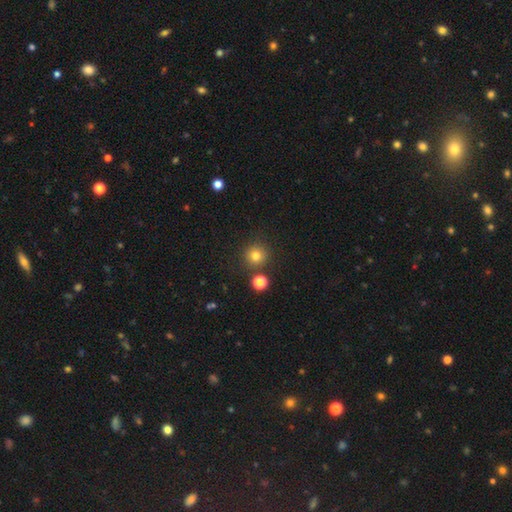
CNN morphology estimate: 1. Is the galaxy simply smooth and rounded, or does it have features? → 78% smooth, 15% star or artifact, 7% featured or disk.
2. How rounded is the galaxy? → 94% round, 5% in between, 1% cigar-shaped.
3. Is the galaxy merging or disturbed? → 84% none, 7% merger, 7% minor disturbance, 2% major disturbance.